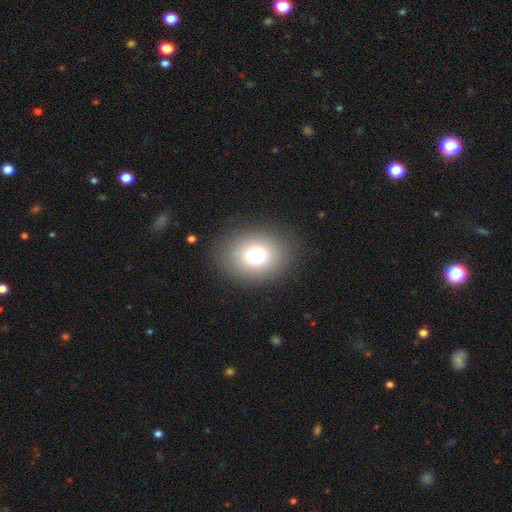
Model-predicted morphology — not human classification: Q: Smooth or featured?
A: smooth (72%); runner-up: star or artifact (15%)
Q: How rounded?
A: round (61%); runner-up: in between (39%)
Q: Merging?
A: none (85%); runner-up: minor disturbance (9%)